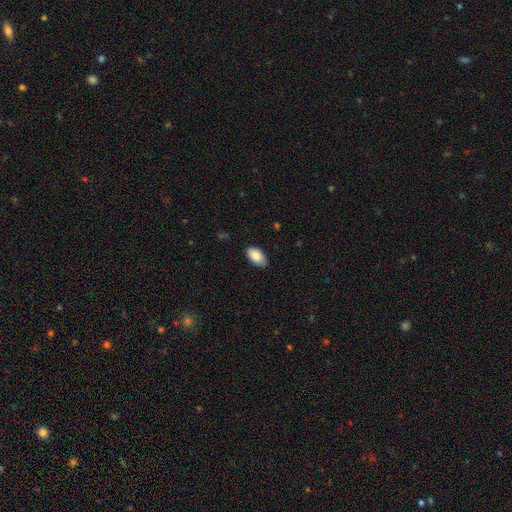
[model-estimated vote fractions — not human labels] The model was most divided on "merging": none: 81%, minor disturbance: 16%, major disturbance: 2%, merger: 1%. More confident: how rounded — in between (95%); smooth or featured — smooth (87%).